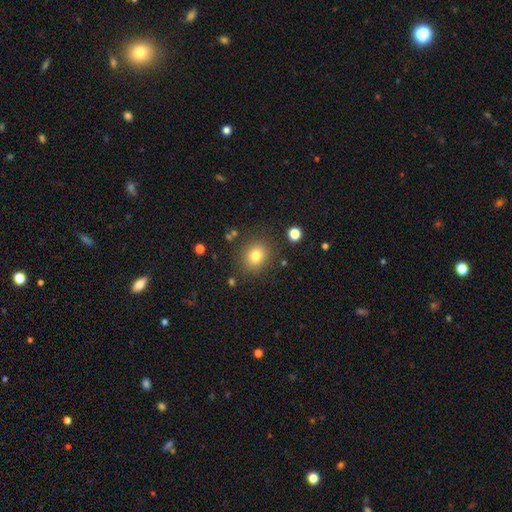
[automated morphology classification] Smooth or featured? smooth (79%)
How rounded? round (73%)
Merging? none (84%)